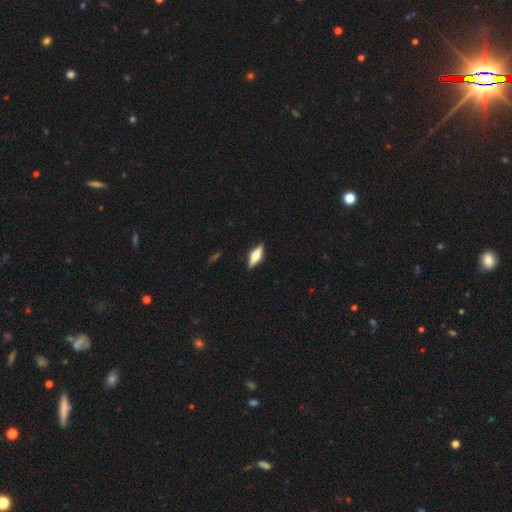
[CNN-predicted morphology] A featured or disk galaxy (59%) viewed edge-on (96%) with a rounded central bulge (84%).

Vote fractions:
- Smooth or featured? featured or disk: 59% / smooth: 35% / star or artifact: 7%
- Edge-on disk? yes: 96% / no: 4%
- Edge-on bulge? rounded: 84% / boxy: 13% / none: 3%
- Merging? none: 88% / minor disturbance: 9% / major disturbance: 2% / merger: 1%